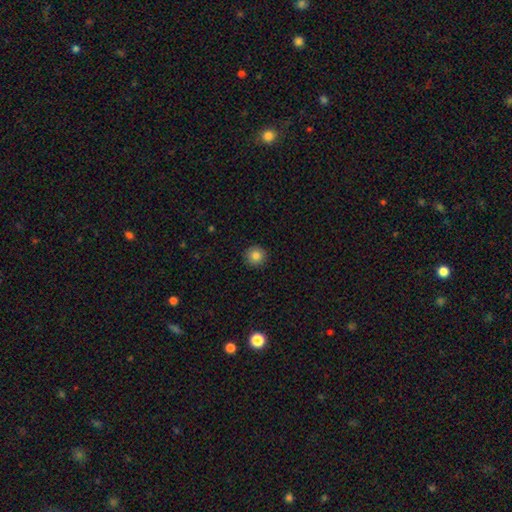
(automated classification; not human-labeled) This is clearly a smooth galaxy (83%). How rounded: clearly round (95%). Merging: clearly none (92%).